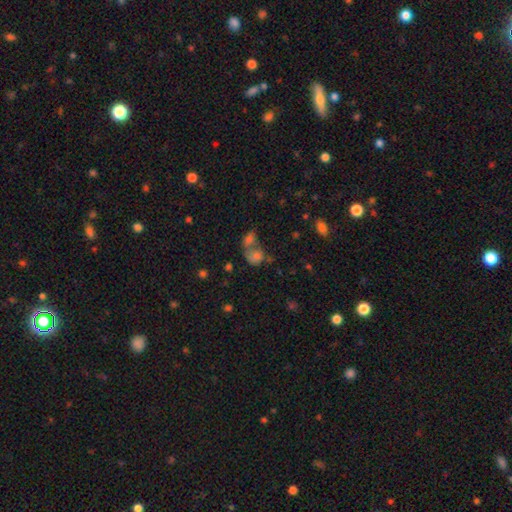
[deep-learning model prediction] Q: Smooth or featured?
A: smooth (68%); runner-up: featured or disk (17%)
Q: How rounded?
A: round (53%); runner-up: in between (45%)
Q: Merging?
A: merger (54%); runner-up: none (28%)